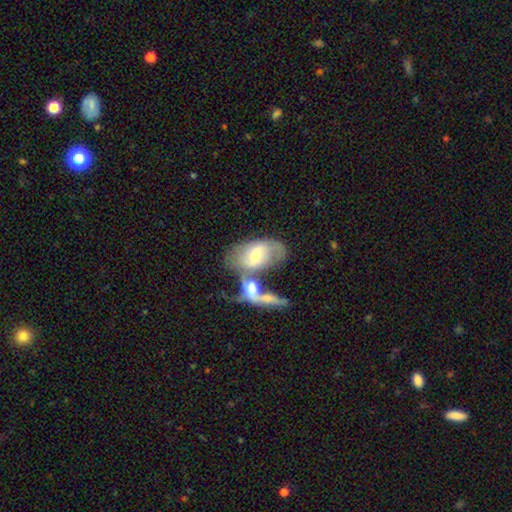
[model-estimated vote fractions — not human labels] Smooth or featured?
  - featured or disk: 57% *
  - smooth: 36%
  - star or artifact: 7%
Edge-on disk?
  - no: 90% *
  - yes: 10%
Bar?
  - no: 41% *
  - weak: 40%
  - strong: 18%
Spiral arms?
  - yes: 65% *
  - no: 35%
Bulge size?
  - moderate: 59% *
  - small: 30%
  - large: 7%
  - none: 2%
  - dominant: 1%
Merging?
  - merger: 55% *
  - none: 23%
  - minor disturbance: 12%
  - major disturbance: 11%